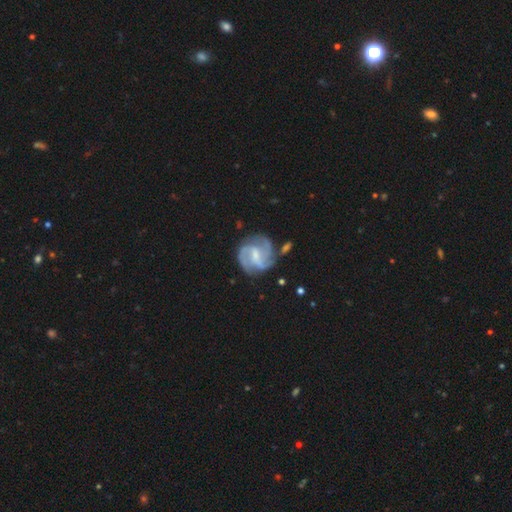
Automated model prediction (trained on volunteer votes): Morphology: type=featured or disk (87%); edge-on=no (98%); bar=weak (54%); spiral arms=yes (97%); winding=medium (50%); arm count=3 (49%); bulge=small (48%); merging=none (71%).